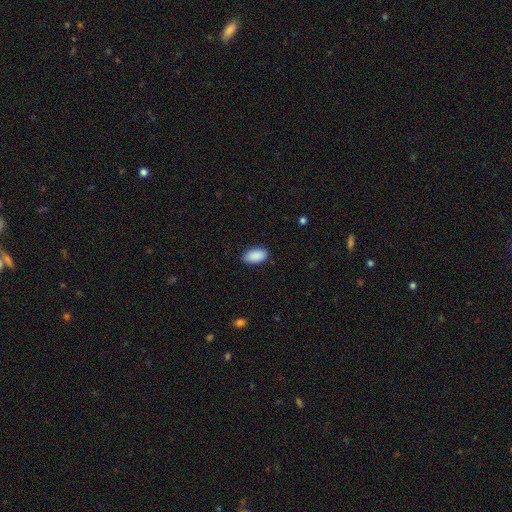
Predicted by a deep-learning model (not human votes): Smooth or featured: smooth — 91% (star or artifact — 6%)
How rounded: in between — 95% (round — 3%)
Merging: none — 87% (minor disturbance — 10%)